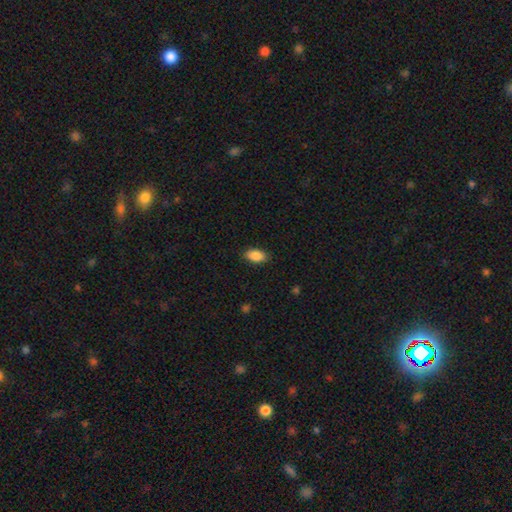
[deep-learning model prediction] Morphology: type=smooth (89%); roundness=in between (92%); merging=none (85%).